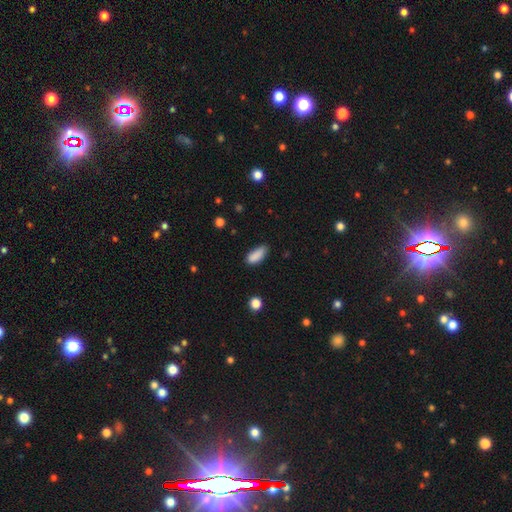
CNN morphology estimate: The model was most divided on "merging": none: 68%, minor disturbance: 26%, major disturbance: 4%, merger: 2%. More confident: smooth or featured — smooth (87%); how rounded — in between (84%).